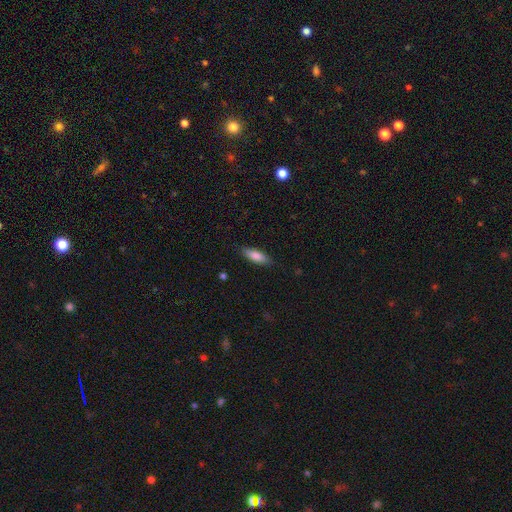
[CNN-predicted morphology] This is clearly a smooth galaxy (81%). How rounded: possibly in between (58%). Merging: clearly none (85%).